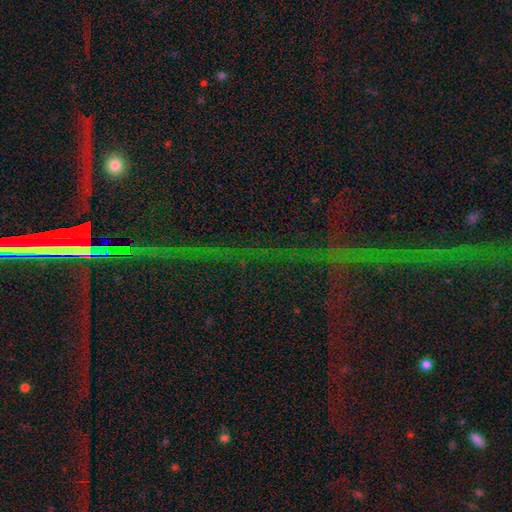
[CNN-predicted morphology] smooth_or_featured: star or artifact (p=0.84) [alt: featured or disk p=0.10]